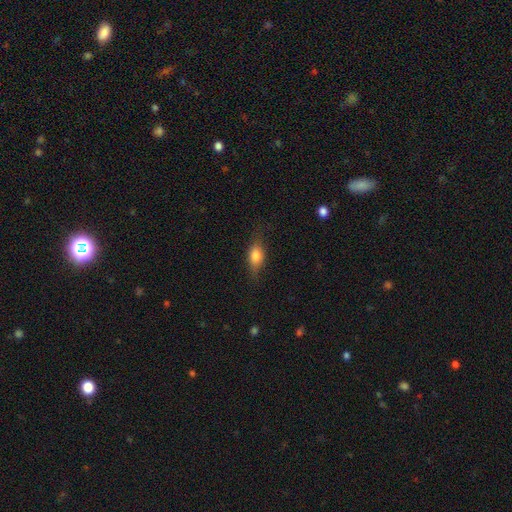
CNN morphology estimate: This is likely a smooth galaxy (72%). How rounded: likely in between (74%). Merging: likely none (73%).